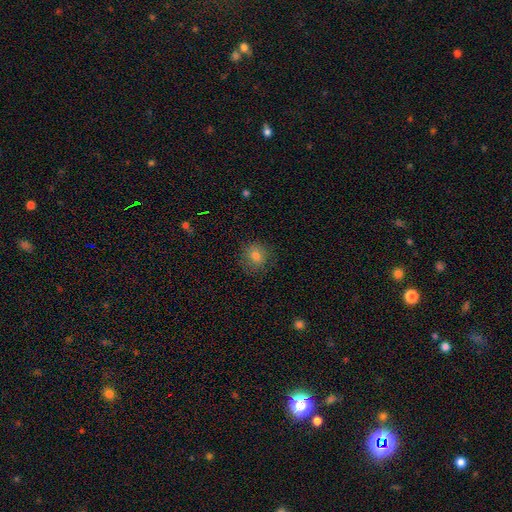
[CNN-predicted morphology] This is likely a smooth galaxy (76%). How rounded: clearly round (82%). Merging: clearly none (82%).